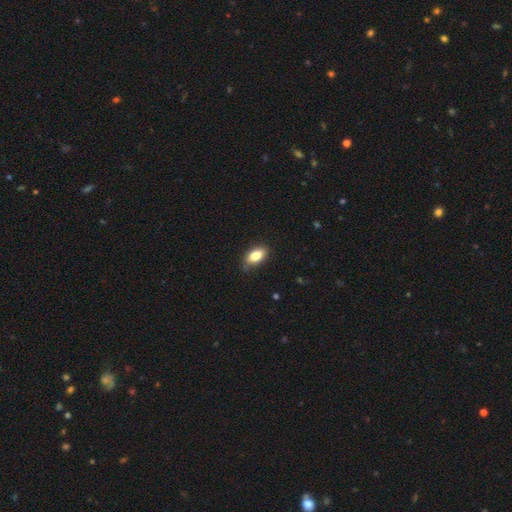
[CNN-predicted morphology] smooth 81%, featured or disk 11%, star or artifact 7%. Down the decision tree: how rounded — in between (89%); merging — none (80%).